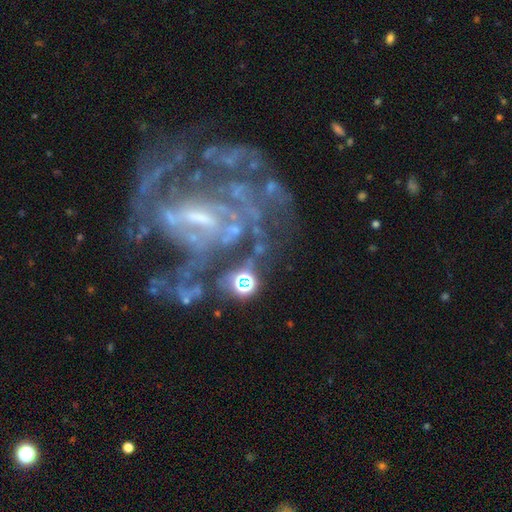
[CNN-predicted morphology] A featured or disk galaxy (82%) with a weak bar (48%), tight (43%) spiral arms (79%) and a small central bulge (46%).

Vote fractions:
- Smooth or featured? featured or disk: 82% / star or artifact: 11% / smooth: 6%
- Edge-on disk? no: 97% / yes: 3%
- Bar? weak: 48% / no: 30% / strong: 22%
- Spiral arms? yes: 79% / no: 21%
- Spiral winding? tight: 43% / medium: 39% / loose: 18%
- Spiral arm count? can't tell: 46% / 2: 16% / 3: 14% / 4: 11% / more than 4: 7% / 1: 7%
- Bulge size? small: 46% / moderate: 27% / none: 23% / large: 3% / dominant: 1%
- Merging? none: 47% / major disturbance: 29% / minor disturbance: 17% / merger: 7%